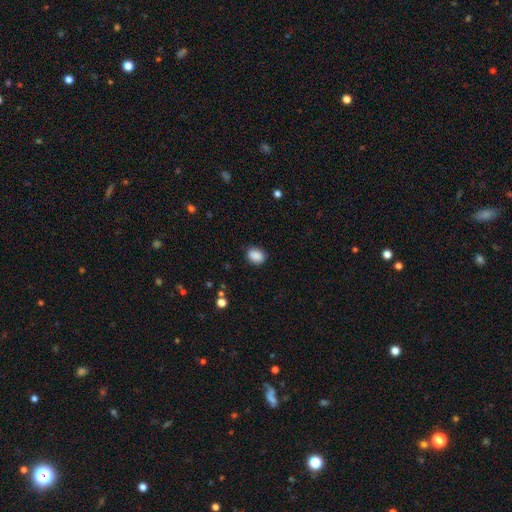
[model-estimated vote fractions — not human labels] Smooth or featured: smooth — 89% (star or artifact — 8%)
How rounded: in between — 70% (round — 28%)
Merging: none — 85% (minor disturbance — 11%)